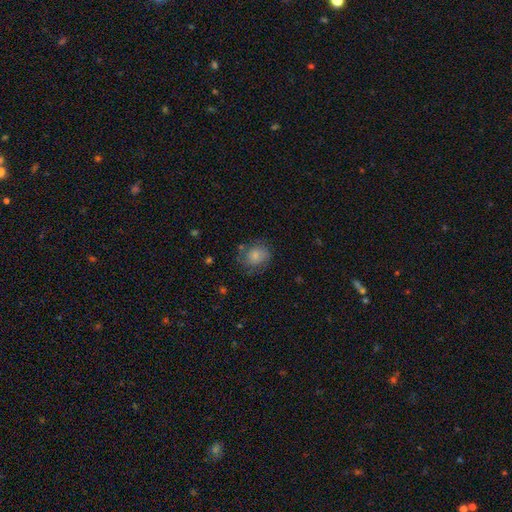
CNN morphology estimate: Q: Smooth or featured?
A: smooth (77%); runner-up: featured or disk (15%)
Q: How rounded?
A: round (66%); runner-up: in between (33%)
Q: Merging?
A: none (67%); runner-up: minor disturbance (22%)